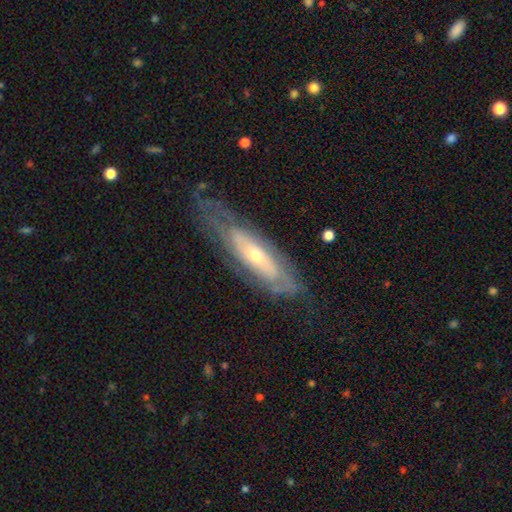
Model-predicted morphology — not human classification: smooth_or_featured: featured or disk (p=0.75) [alt: smooth p=0.19]
disk_edge_on: no (p=0.74) [alt: yes p=0.26]
bar: no (p=0.69) [alt: weak p=0.22]
has_spiral_arms: yes (p=0.75) [alt: no p=0.25]
bulge_size: small (p=0.55) [alt: moderate p=0.40]
merging: none (p=0.63) [alt: minor disturbance p=0.22]